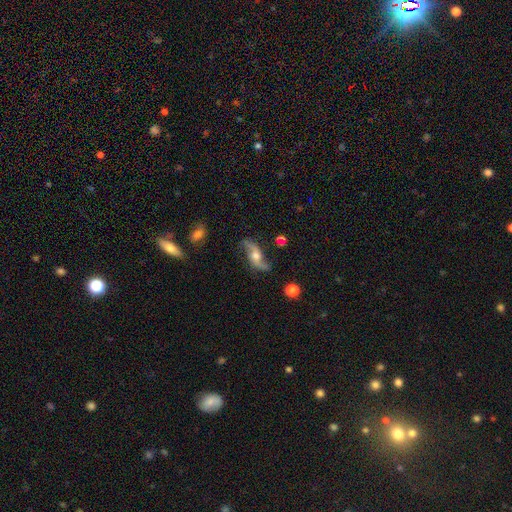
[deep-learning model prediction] This appears to be a featured or disk galaxy (86%) with no bar (60%), 2 (94%) loose (87%) spiral arms (95%) and a moderate central bulge (62%). Merging: none (77%).